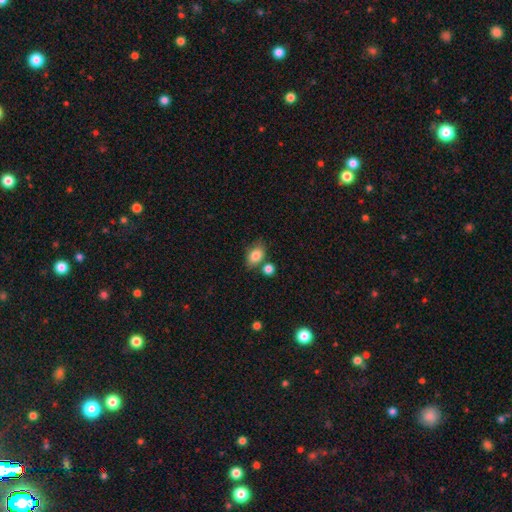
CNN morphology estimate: smooth-or-featured: smooth: 83% | star or artifact: 9% | featured or disk: 8%
  how-rounded: in between: 79% | round: 20% | cigar-shaped: 2%
  merging: none: 66% | minor disturbance: 15% | merger: 15% | major disturbance: 4%